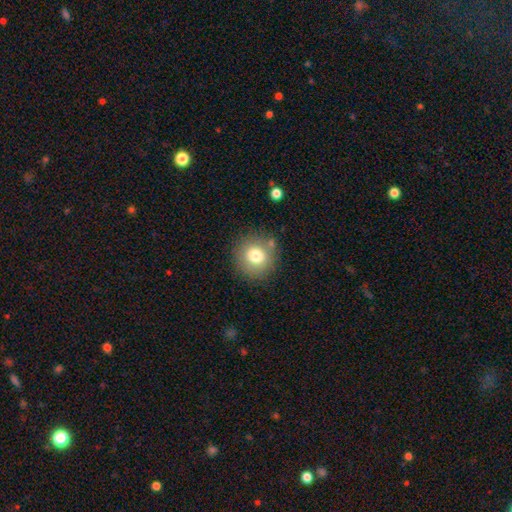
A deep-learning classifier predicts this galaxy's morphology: Smooth or featured?
  - smooth: 77% *
  - featured or disk: 12%
  - star or artifact: 11%
How rounded?
  - round: 92% *
  - in between: 7%
  - cigar-shaped: 1%
Merging?
  - none: 81% *
  - minor disturbance: 11%
  - merger: 4%
  - major disturbance: 4%